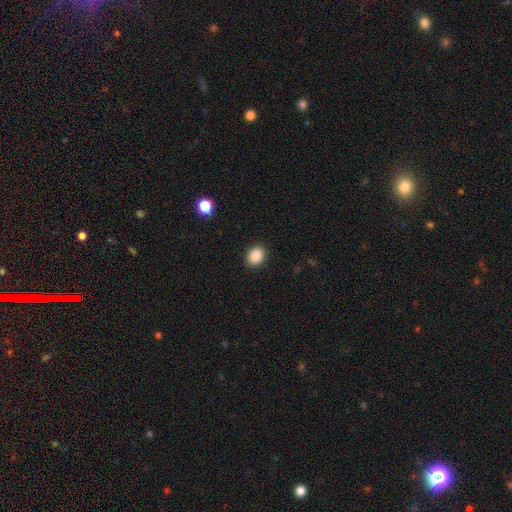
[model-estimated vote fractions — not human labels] Morphology: type=smooth (88%); roundness=in between (53%); merging=none (90%).